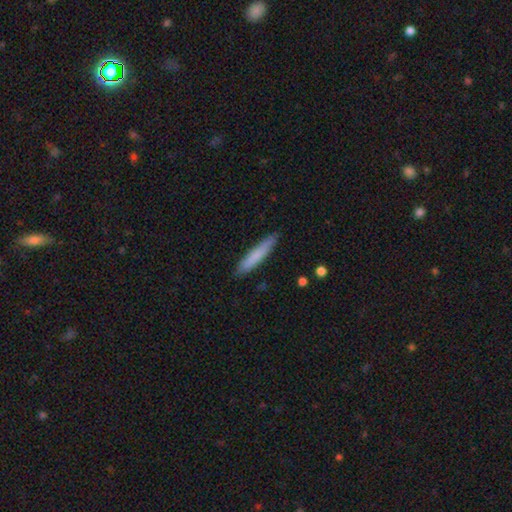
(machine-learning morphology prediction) Smooth or featured? smooth (78%)
How rounded? cigar-shaped (92%)
Merging? none (87%)